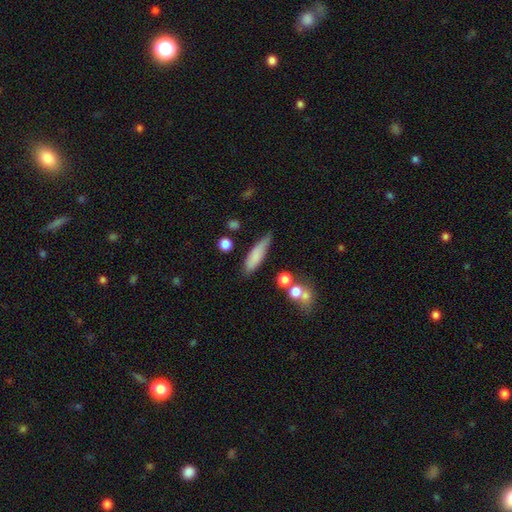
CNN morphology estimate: Q: Smooth or featured?
A: smooth (76%); runner-up: featured or disk (16%)
Q: How rounded?
A: cigar-shaped (67%); runner-up: in between (31%)
Q: Merging?
A: none (64%); runner-up: minor disturbance (25%)